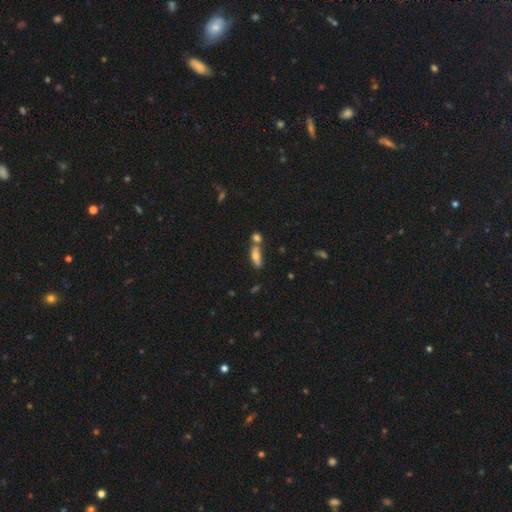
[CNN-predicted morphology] type=smooth (60%); roundness=in between (65%); merging=none (48%).